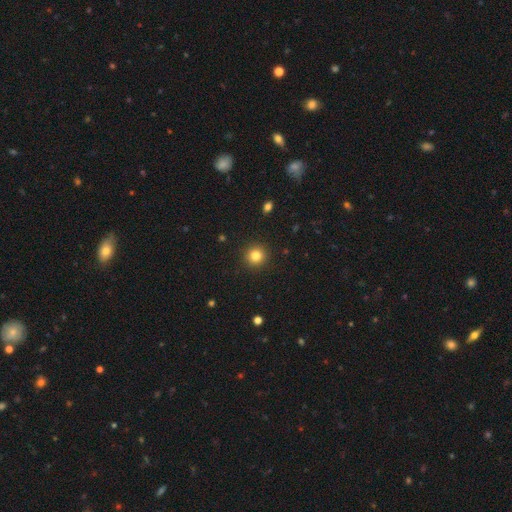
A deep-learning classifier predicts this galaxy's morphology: Smooth or featured: smooth — 83% (star or artifact — 12%)
How rounded: round — 94% (in between — 5%)
Merging: none — 92% (minor disturbance — 5%)